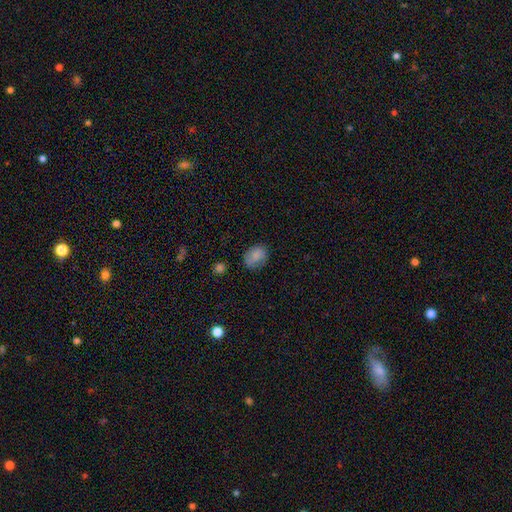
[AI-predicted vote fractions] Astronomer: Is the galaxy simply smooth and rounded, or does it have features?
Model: smooth — 80%.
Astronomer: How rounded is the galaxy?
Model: in between — 57% (runner-up: round, 42%).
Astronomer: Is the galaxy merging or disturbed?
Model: none — 70%.